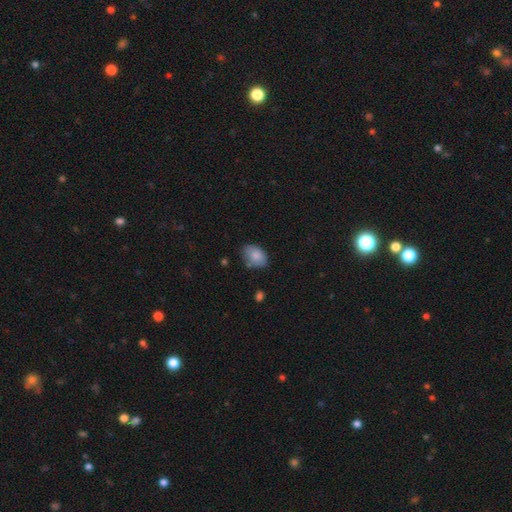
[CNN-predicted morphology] Smooth or featured? smooth (83%)
How rounded? in between (82%)
Merging? none (71%)